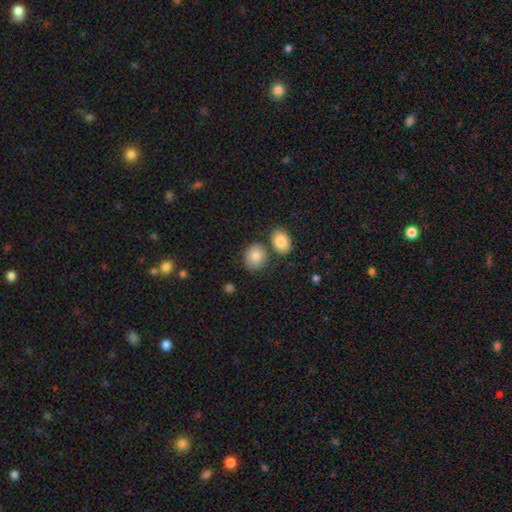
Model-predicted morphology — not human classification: Smooth or featured?
  - smooth: 84% *
  - featured or disk: 9%
  - star or artifact: 8%
How rounded?
  - in between: 51% *
  - round: 48%
  - cigar-shaped: 1%
Merging?
  - none: 67% *
  - merger: 15%
  - minor disturbance: 14%
  - major disturbance: 4%